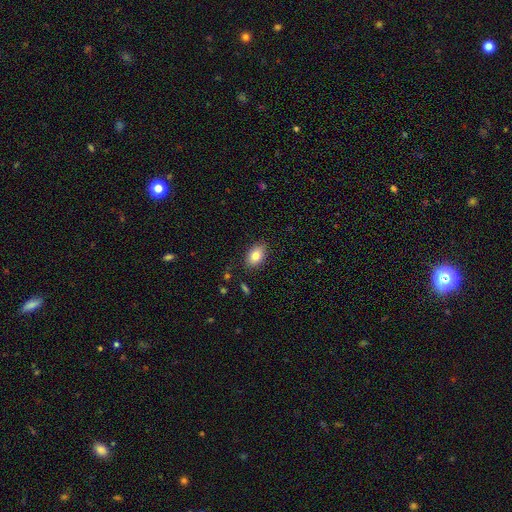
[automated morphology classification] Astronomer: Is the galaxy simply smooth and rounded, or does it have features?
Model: smooth — 82%.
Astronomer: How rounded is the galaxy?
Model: in between — 87%.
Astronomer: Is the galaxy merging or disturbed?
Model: none — 85%.